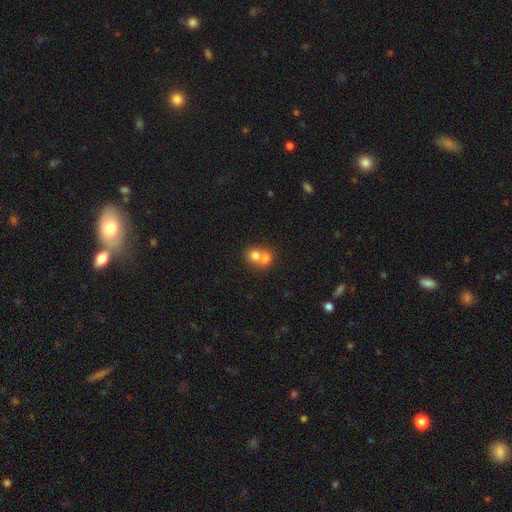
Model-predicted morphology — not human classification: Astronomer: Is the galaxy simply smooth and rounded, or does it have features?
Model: smooth — 72%.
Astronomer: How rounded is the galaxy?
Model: round — 74%.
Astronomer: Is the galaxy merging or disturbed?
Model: merger — 67%.